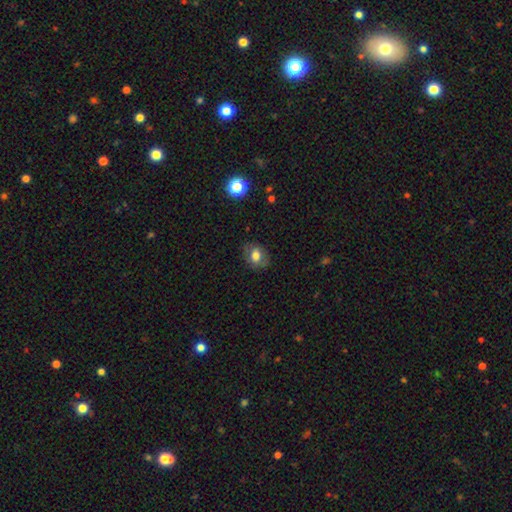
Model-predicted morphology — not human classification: A smooth galaxy with no disk features (72%) that is in between round and cigar-shaped (52%). Merging: none (79%).